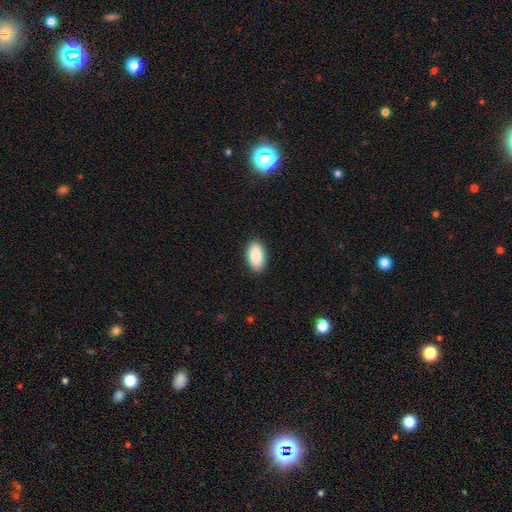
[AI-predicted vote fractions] This is clearly a smooth galaxy (90%). How rounded: clearly in between (95%). Merging: clearly none (89%).